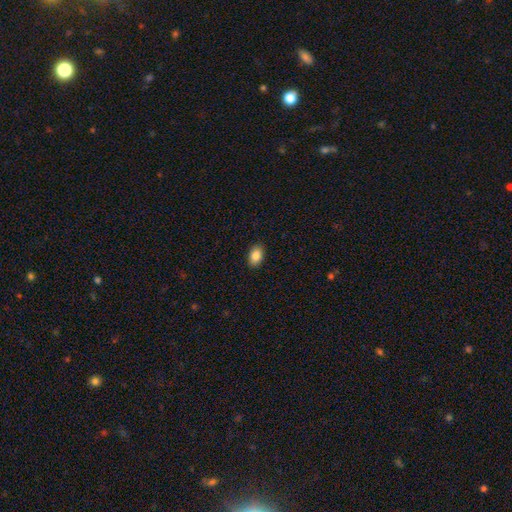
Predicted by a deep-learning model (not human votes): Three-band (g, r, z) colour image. It shows a smooth galaxy with no disk features (87%) that is in between round and cigar-shaped (88%). Merging: none (90%).